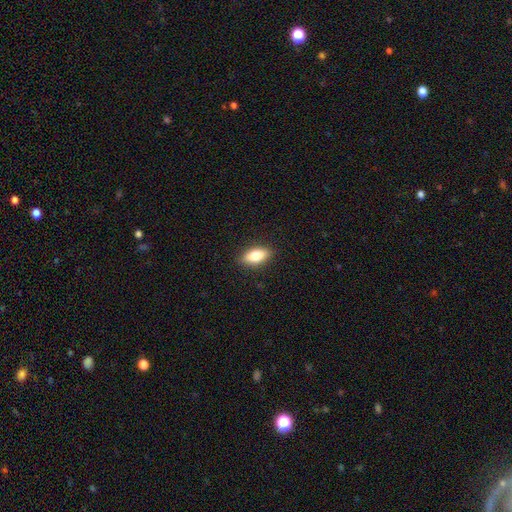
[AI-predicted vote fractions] Smooth or featured?
  - smooth: 77% *
  - featured or disk: 15%
  - star or artifact: 7%
How rounded?
  - in between: 84% *
  - cigar-shaped: 11%
  - round: 5%
Merging?
  - none: 89% *
  - minor disturbance: 9%
  - major disturbance: 2%
  - merger: 1%